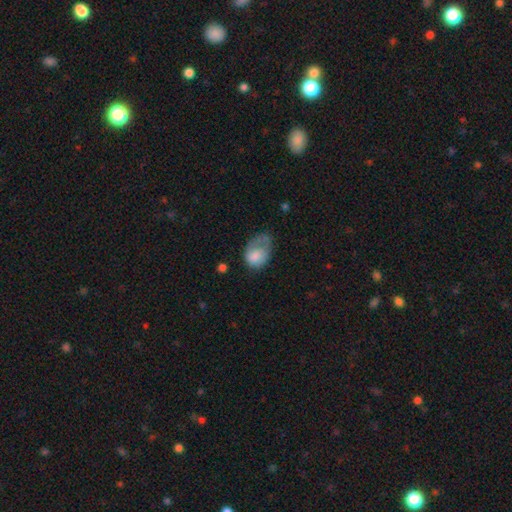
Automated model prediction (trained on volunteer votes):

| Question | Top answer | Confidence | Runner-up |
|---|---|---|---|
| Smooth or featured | smooth | 68% | featured or disk (25%) |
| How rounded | in between | 73% | round (26%) |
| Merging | major disturbance | 43% | minor disturbance (31%) |